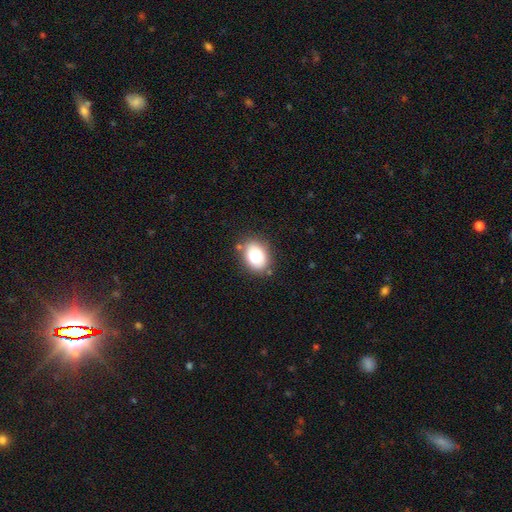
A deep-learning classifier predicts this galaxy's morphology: type=smooth (82%); roundness=in between (75%); merging=none (79%).